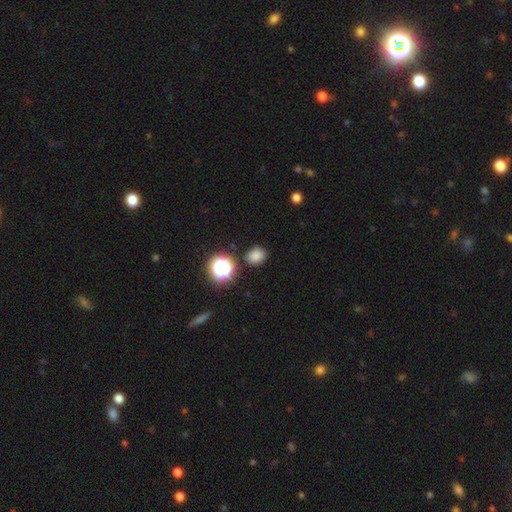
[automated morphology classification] A smooth galaxy with no disk features (80%) that is round (62%). Merging: none (85%).